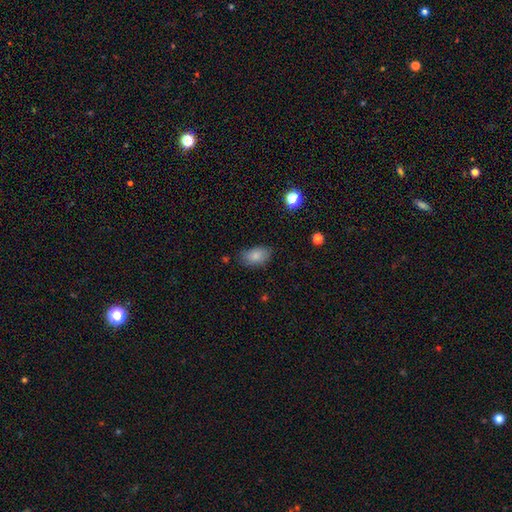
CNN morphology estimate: Smooth or featured: smooth — 84% (star or artifact — 8%)
How rounded: in between — 91% (round — 8%)
Merging: none — 76% (minor disturbance — 18%)